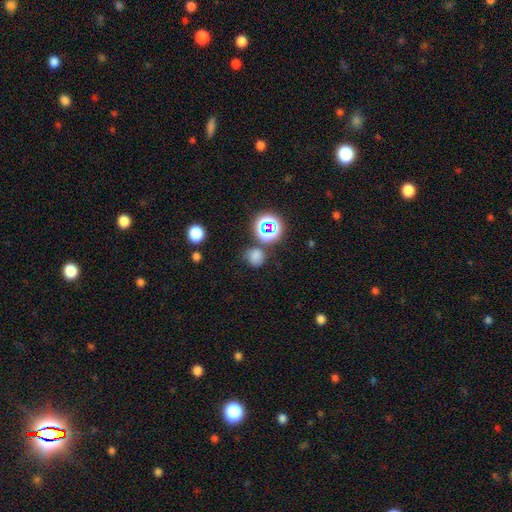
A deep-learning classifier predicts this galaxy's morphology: smooth_or_featured: smooth (p=0.68) [alt: star or artifact p=0.25]
how_rounded: round (p=0.83) [alt: in between p=0.16]
merging: none (p=0.69) [alt: minor disturbance p=0.16]